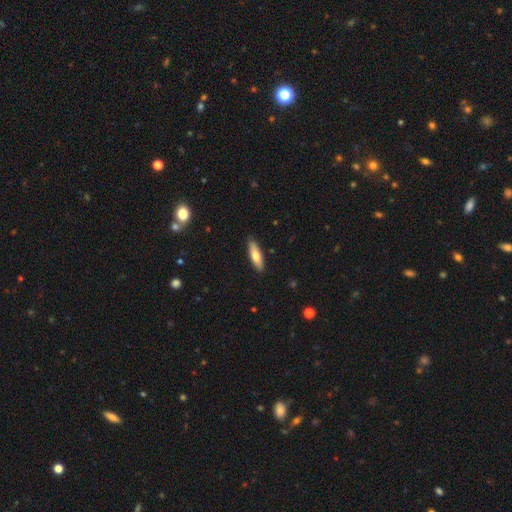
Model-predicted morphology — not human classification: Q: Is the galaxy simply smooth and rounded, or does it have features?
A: smooth — 69%.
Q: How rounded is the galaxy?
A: cigar-shaped — 59%.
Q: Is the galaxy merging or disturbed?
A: none — 89%.